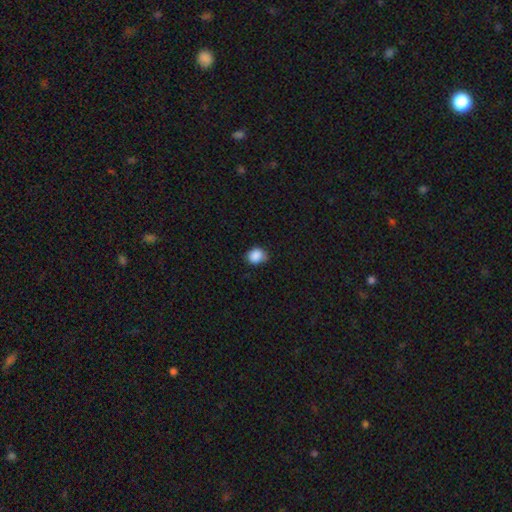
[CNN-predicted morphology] A smooth galaxy with no disk features (87%) that is round (63%).

Vote fractions:
- Smooth or featured? smooth: 87% / star or artifact: 9% / featured or disk: 4%
- How rounded? round: 63% / in between: 36% / cigar-shaped: 1%
- Merging? none: 68% / minor disturbance: 26% / major disturbance: 4% / merger: 1%